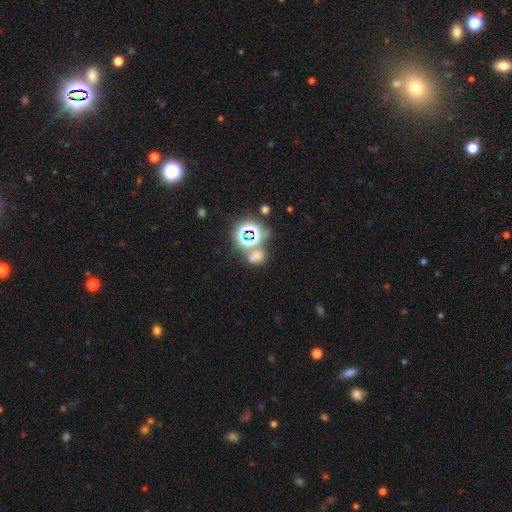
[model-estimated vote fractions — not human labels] Smooth or featured? smooth (47%)
Merging? none (52%)